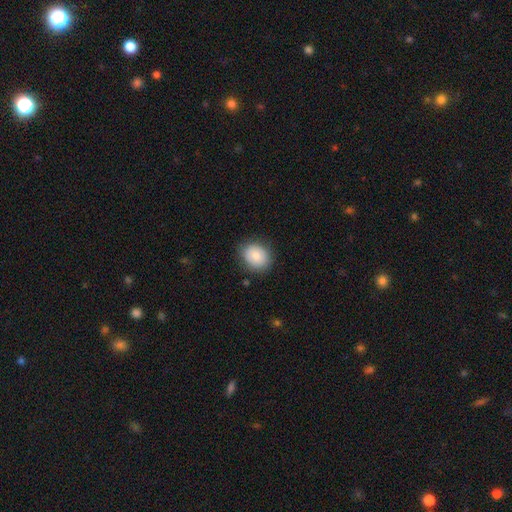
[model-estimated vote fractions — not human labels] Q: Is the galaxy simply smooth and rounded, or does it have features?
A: smooth — 81%.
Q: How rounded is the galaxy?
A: round — 58%.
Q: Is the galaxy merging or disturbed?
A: none — 84%.